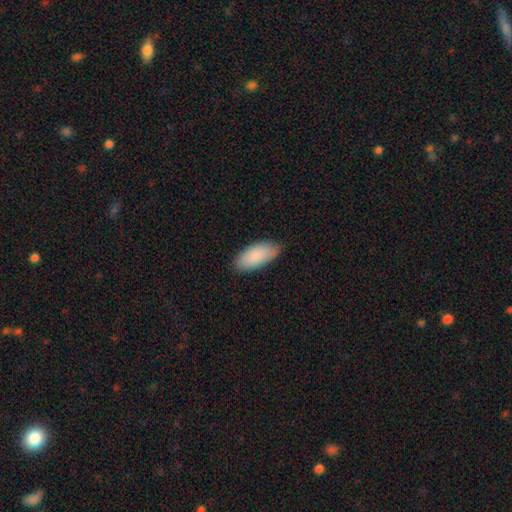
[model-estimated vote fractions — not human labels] Smooth or featured?
  - smooth: 87% *
  - featured or disk: 7%
  - star or artifact: 6%
How rounded?
  - in between: 91% *
  - cigar-shaped: 8%
  - round: 2%
Merging?
  - none: 83% *
  - minor disturbance: 14%
  - major disturbance: 2%
  - merger: 1%